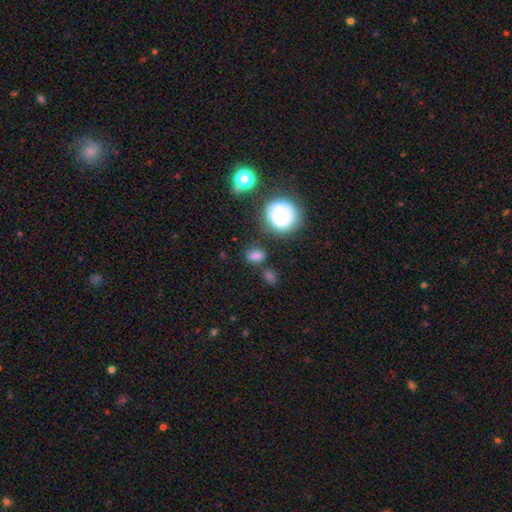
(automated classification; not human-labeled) Q: Smooth or featured?
A: smooth (76%); runner-up: star or artifact (14%)
Q: How rounded?
A: in between (60%); runner-up: round (37%)
Q: Merging?
A: none (69%); runner-up: minor disturbance (17%)